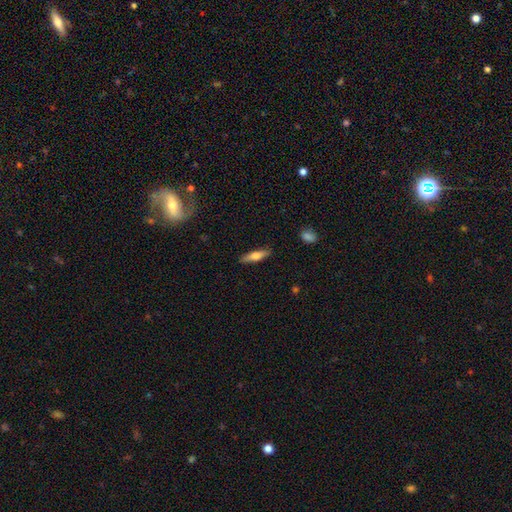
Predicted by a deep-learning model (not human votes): Overall: smooth (64%; featured or disk 30%). How rounded: cigar-shaped (72%). Merging: none (87%).